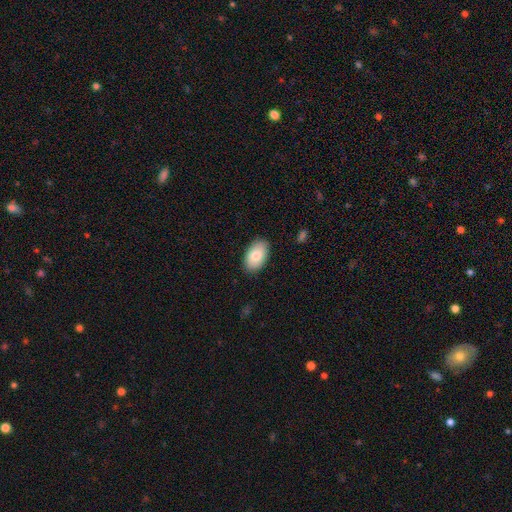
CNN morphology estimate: smooth-or-featured: smooth: 82% | featured or disk: 12% | star or artifact: 6%
  how-rounded: in between: 94% | round: 5% | cigar-shaped: 1%
  merging: none: 88% | minor disturbance: 9% | major disturbance: 2% | merger: 1%